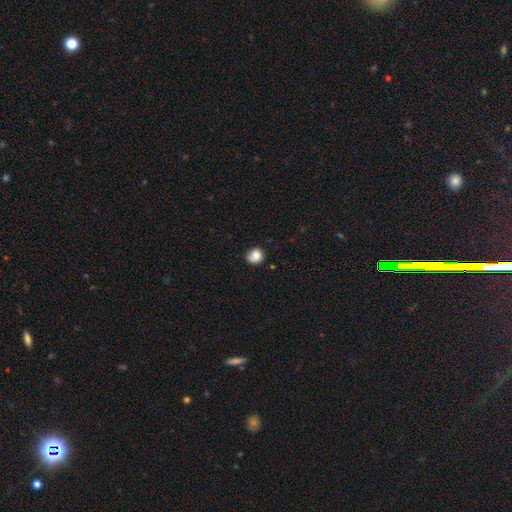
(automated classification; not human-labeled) smooth-or-featured: smooth: 83% | star or artifact: 9% | featured or disk: 8%
  how-rounded: round: 83% | in between: 17% | cigar-shaped: 1%
  merging: none: 68% | minor disturbance: 23% | major disturbance: 6% | merger: 3%